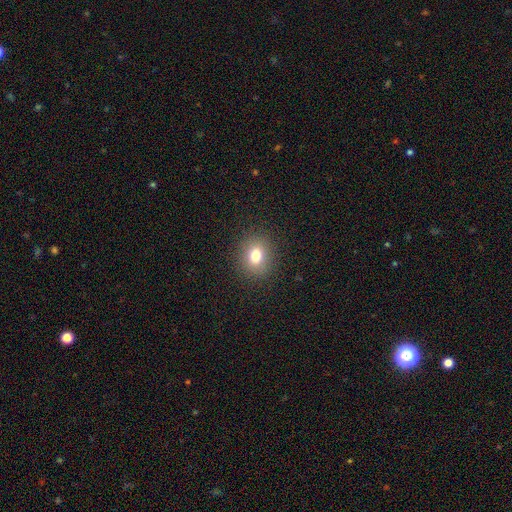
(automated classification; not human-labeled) This is likely a smooth galaxy (77%). How rounded: likely round (64%). Merging: clearly none (89%).